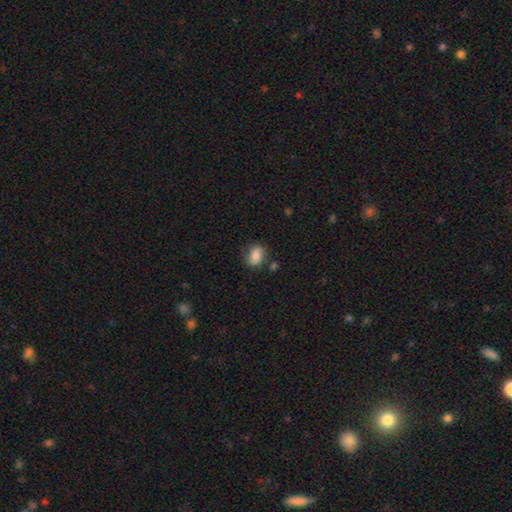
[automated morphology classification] A smooth galaxy with no disk features (85%) that is in between round and cigar-shaped (73%). Merging: none (71%).